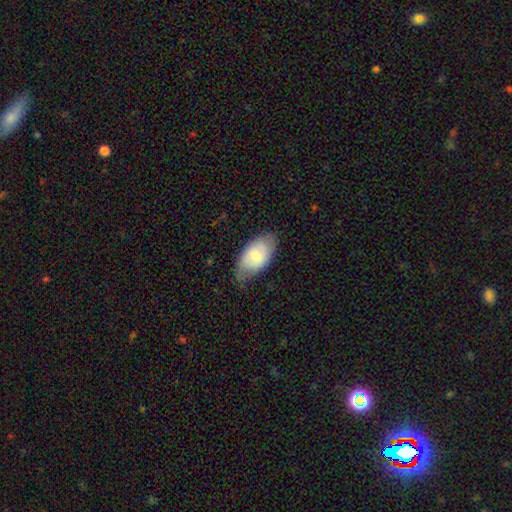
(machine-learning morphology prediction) The model was most divided on "merging": none: 65%, minor disturbance: 28%, major disturbance: 7%, merger: 1%. More confident: how rounded — in between (94%); smooth or featured — smooth (66%).